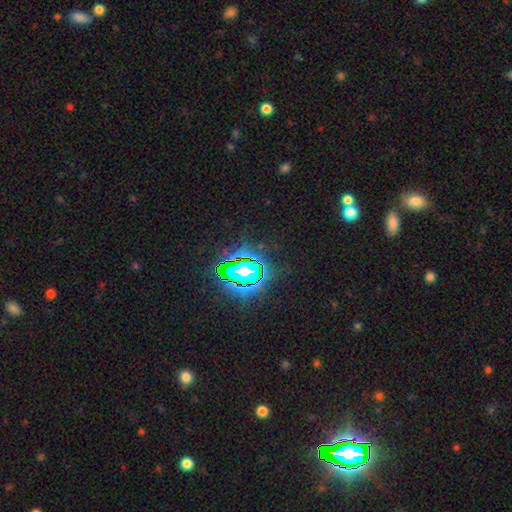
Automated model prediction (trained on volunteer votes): The model was most divided on "smooth or featured": star or artifact: 83%, smooth: 10%, featured or disk: 7%.